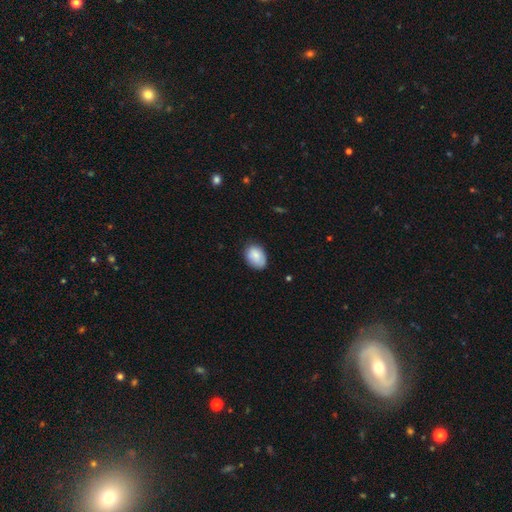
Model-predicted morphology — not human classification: Smooth or featured? Predicted: smooth (p=0.82). How rounded? Predicted: in between (p=0.80). Merging? Predicted: none (p=0.76).